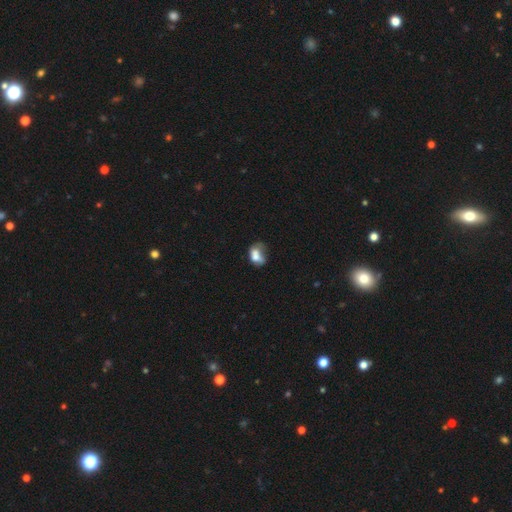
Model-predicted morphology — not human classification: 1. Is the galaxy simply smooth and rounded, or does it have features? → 65% smooth, 24% featured or disk, 11% star or artifact.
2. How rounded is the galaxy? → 76% in between, 22% round, 2% cigar-shaped.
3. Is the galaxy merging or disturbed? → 32% major disturbance, 25% minor disturbance, 23% none, 21% merger.